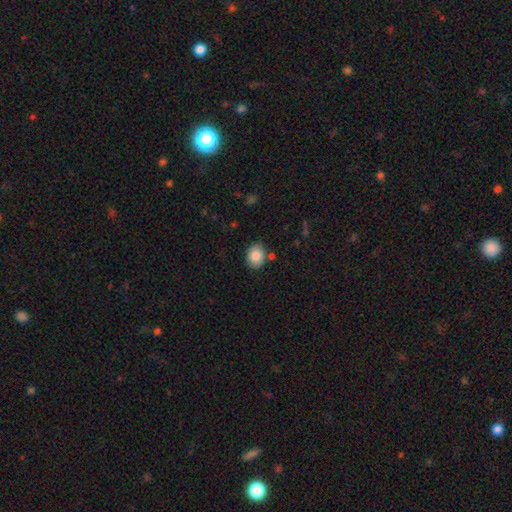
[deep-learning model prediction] Overall: smooth (85%). How rounded: in between (50%; round 49%). Merging: none (81%).